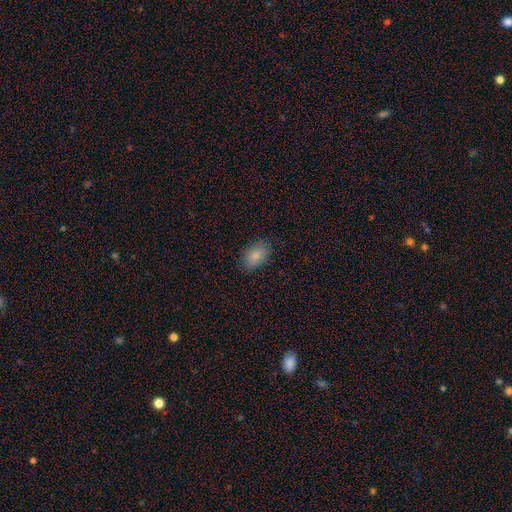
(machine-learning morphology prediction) Overall: smooth (86%). How rounded: in between (89%). Merging: none (84%).